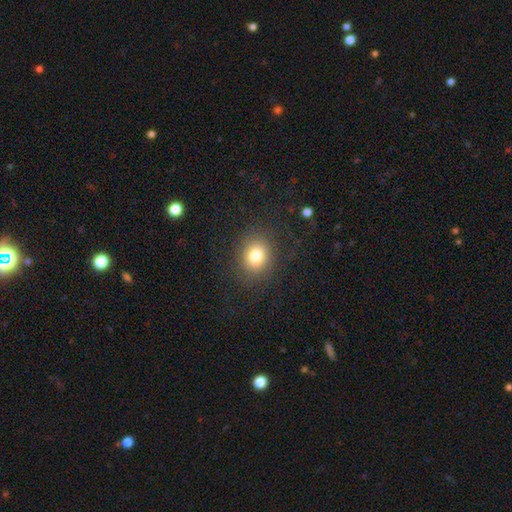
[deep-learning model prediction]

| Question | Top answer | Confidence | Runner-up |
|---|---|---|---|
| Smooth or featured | smooth | 78% | star or artifact (12%) |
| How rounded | round | 65% | in between (34%) |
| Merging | none | 82% | minor disturbance (10%) |